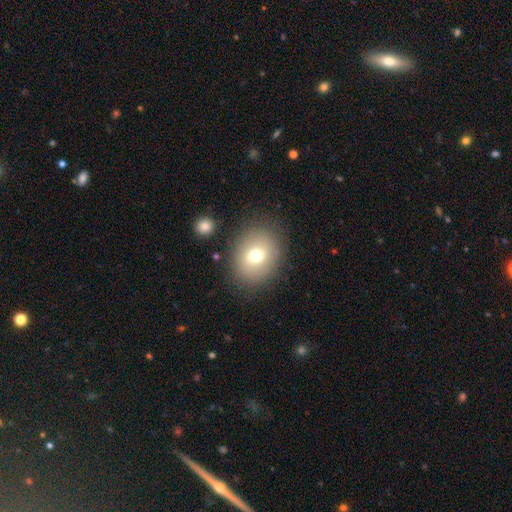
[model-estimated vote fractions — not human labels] Smooth or featured?
  - smooth: 71% *
  - featured or disk: 17%
  - star or artifact: 11%
How rounded?
  - round: 58% *
  - in between: 41%
  - cigar-shaped: 1%
Merging?
  - none: 82% *
  - minor disturbance: 10%
  - major disturbance: 4%
  - merger: 3%